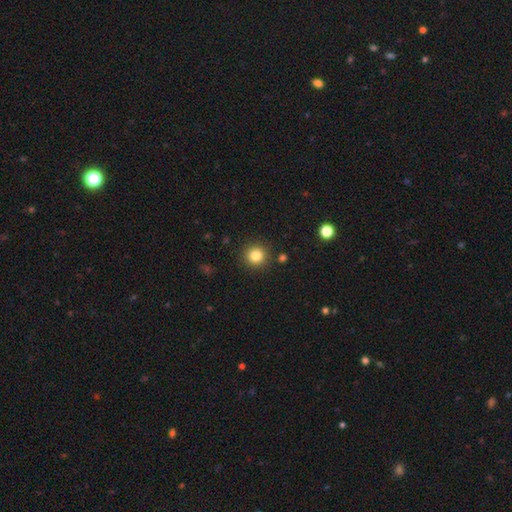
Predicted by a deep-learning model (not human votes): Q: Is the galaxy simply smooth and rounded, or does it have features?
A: smooth — 83%.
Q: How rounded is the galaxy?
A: round — 95%.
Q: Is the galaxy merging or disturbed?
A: none — 90%.